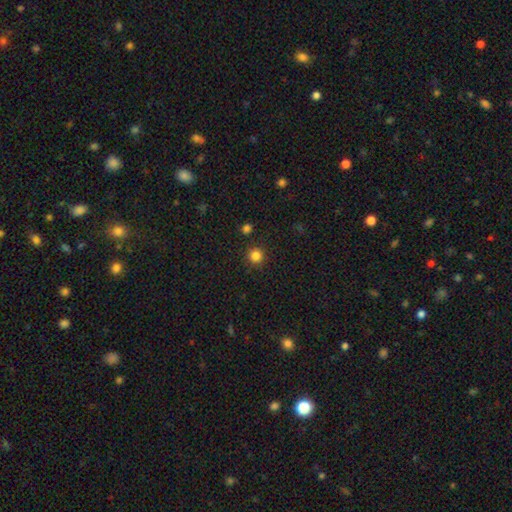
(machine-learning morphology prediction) smooth 83%, star or artifact 13%, featured or disk 4%. Down the decision tree: how rounded — round (95%); merging — none (91%).